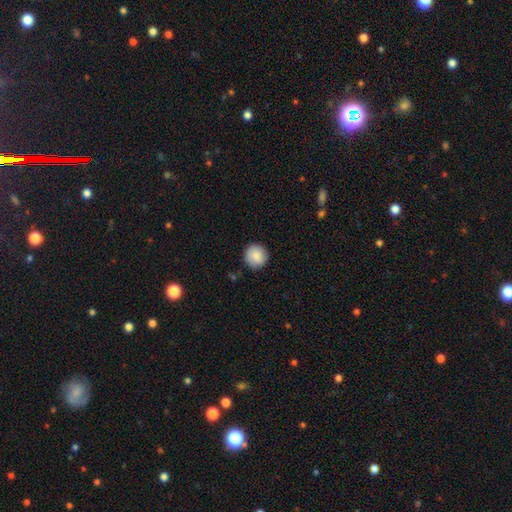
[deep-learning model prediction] Smooth or featured? Predicted: smooth (p=0.87). How rounded? Predicted: round (p=0.95). Merging? Predicted: none (p=0.90).